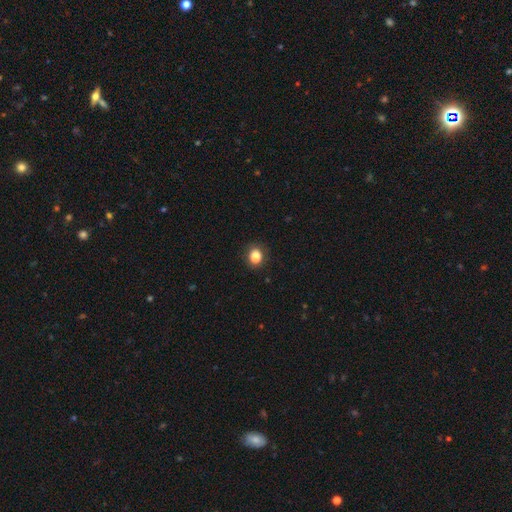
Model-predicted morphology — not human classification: type=smooth (85%); roundness=round (55%); merging=none (87%).